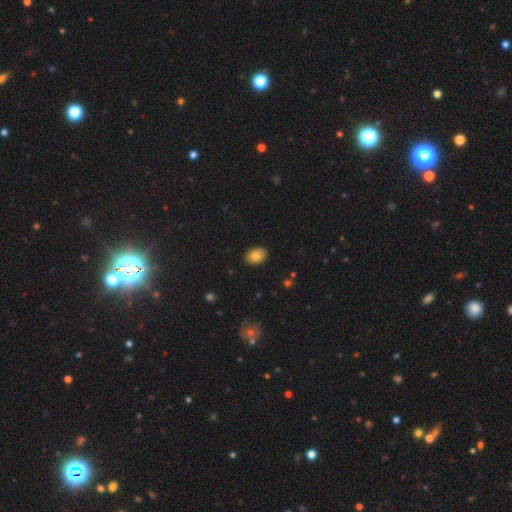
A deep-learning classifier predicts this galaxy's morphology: smooth_or_featured: smooth (p=0.81) [alt: featured or disk p=0.10]
how_rounded: in between (p=0.71) [alt: round p=0.28]
merging: none (p=0.88) [alt: minor disturbance p=0.09]